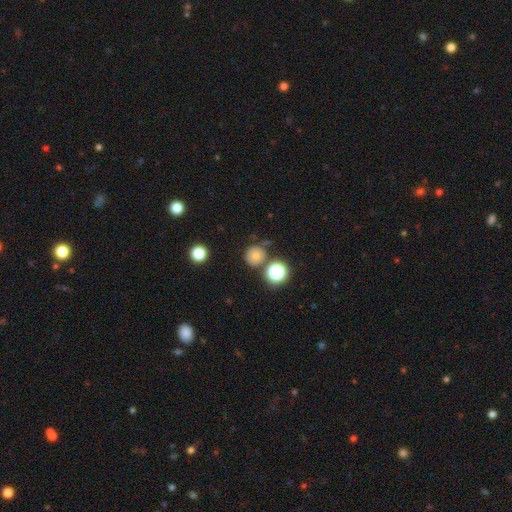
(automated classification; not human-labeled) Morphology: type=smooth (67%); roundness=round (91%); merging=none (75%).